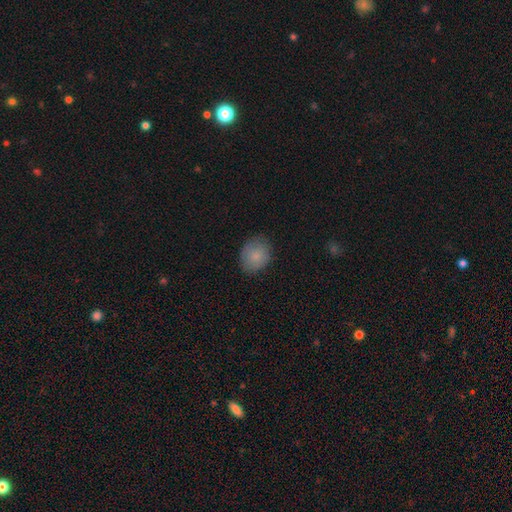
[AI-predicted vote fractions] Morphology: type=smooth (83%); roundness=round (52%); merging=none (80%).